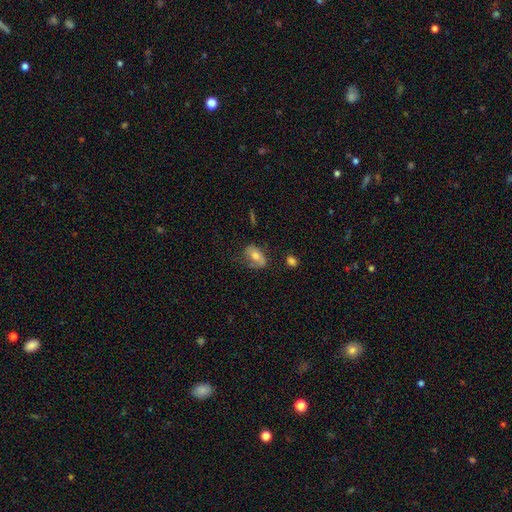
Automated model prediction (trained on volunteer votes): A smooth galaxy with no disk features (53%) that is in between round and cigar-shaped (86%). Merging: none (53%).